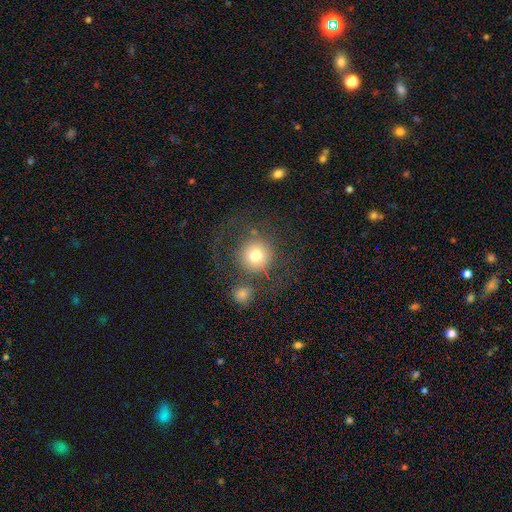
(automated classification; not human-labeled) smooth 72%, featured or disk 16%, star or artifact 12%. Down the decision tree: how rounded — round (94%); merging — none (63%).